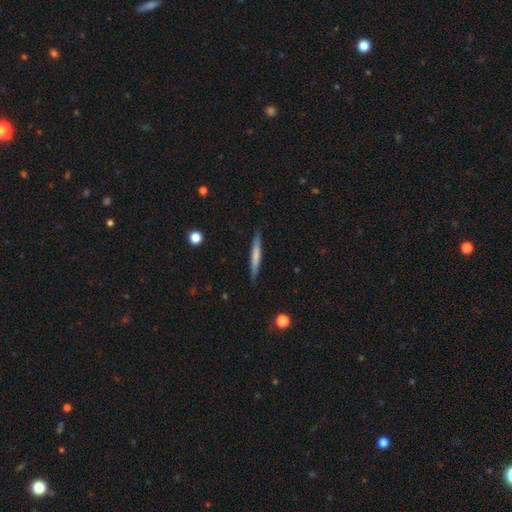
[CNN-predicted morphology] smooth_or_featured: smooth (p=0.60) [alt: featured or disk p=0.35]
how_rounded: cigar-shaped (p=0.96) [alt: in between p=0.03]
merging: none (p=0.88) [alt: minor disturbance p=0.09]